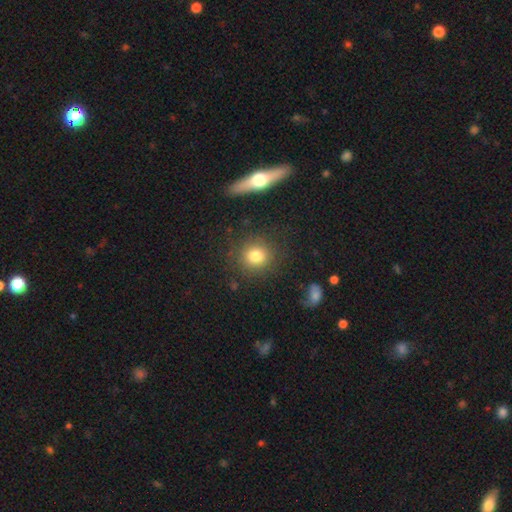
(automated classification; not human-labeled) A smooth galaxy with no disk features (80%) that is round (87%).

Vote fractions:
- Smooth or featured? smooth: 80% / star or artifact: 12% / featured or disk: 8%
- How rounded? round: 87% / in between: 12% / cigar-shaped: 1%
- Merging? none: 86% / minor disturbance: 8% / major disturbance: 4% / merger: 2%